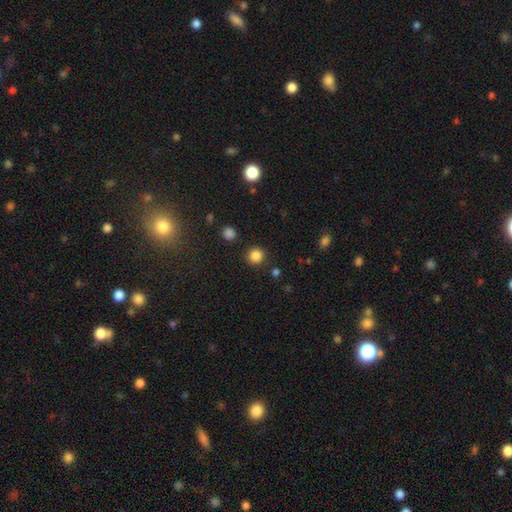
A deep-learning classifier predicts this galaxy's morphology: The model was most divided on "smooth or featured": smooth: 85%, star or artifact: 12%, featured or disk: 3%. More confident: how rounded — round (93%); merging — none (89%).